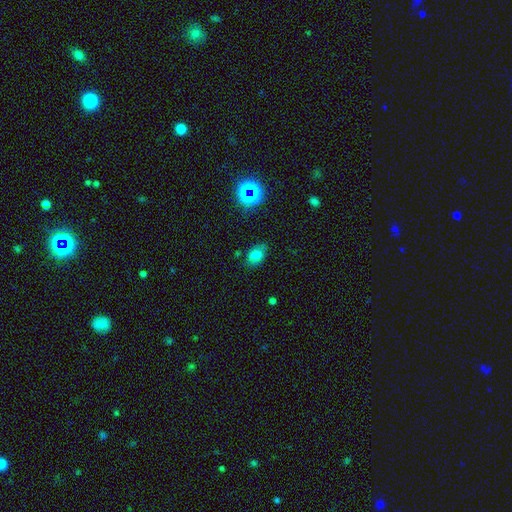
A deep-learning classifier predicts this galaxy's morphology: Smooth or featured? Predicted: smooth (p=0.72). How rounded? Predicted: in between (p=0.76). Merging? Predicted: none (p=0.74).